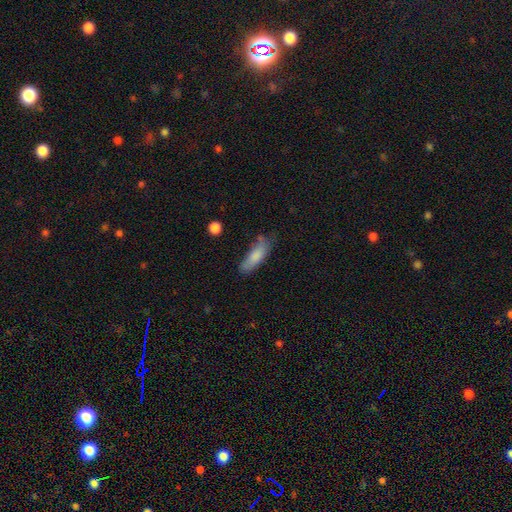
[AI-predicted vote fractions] A smooth galaxy with no disk features (82%) that is in between round and cigar-shaped (54%).

Vote fractions:
- Smooth or featured? smooth: 82% / featured or disk: 12% / star or artifact: 7%
- How rounded? in between: 54% / cigar-shaped: 44% / round: 2%
- Merging? none: 61% / minor disturbance: 27% / major disturbance: 8% / merger: 4%